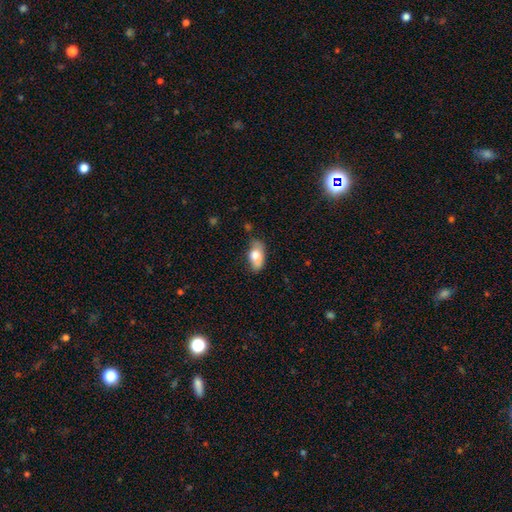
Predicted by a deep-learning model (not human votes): This is likely a smooth galaxy (75%). How rounded: clearly in between (89%). Merging: likely none (63%).